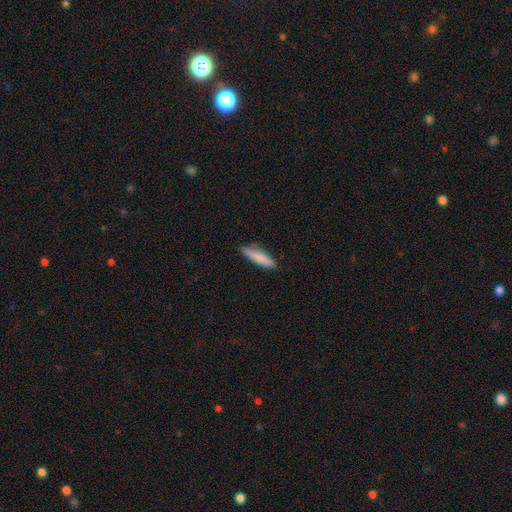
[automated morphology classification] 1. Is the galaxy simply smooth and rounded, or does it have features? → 80% smooth, 14% featured or disk, 6% star or artifact.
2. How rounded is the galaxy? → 82% cigar-shaped, 17% in between, 1% round.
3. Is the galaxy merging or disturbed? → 78% none, 18% minor disturbance, 3% major disturbance, 2% merger.